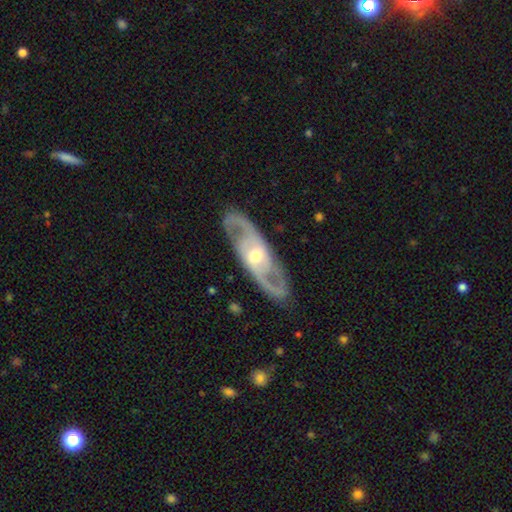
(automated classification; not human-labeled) Smooth or featured: featured or disk — 86% (smooth — 10%)
Edge-on disk: no — 87% (yes — 13%)
Bar: no — 58% (weak — 30%)
Spiral arms: yes — 86% (no — 14%)
Spiral winding: medium — 50% (tight — 30%)
Spiral arm count: 2 — 87% (can't tell — 7%)
Bulge size: moderate — 68% (small — 23%)
Merging: none — 85% (minor disturbance — 10%)